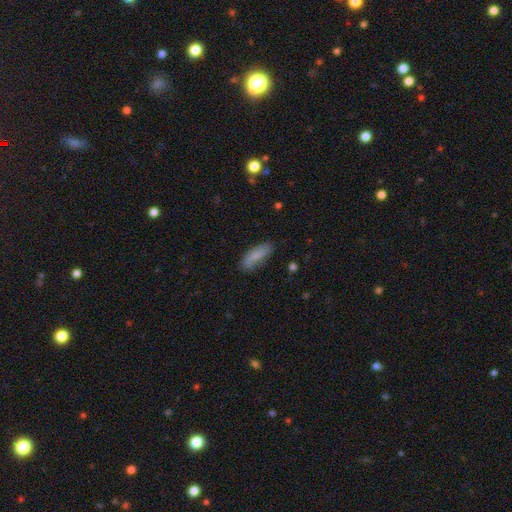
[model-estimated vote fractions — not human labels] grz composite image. It shows a smooth galaxy with no disk features (78%) that is in between round and cigar-shaped (69%). Merging: none (75%).